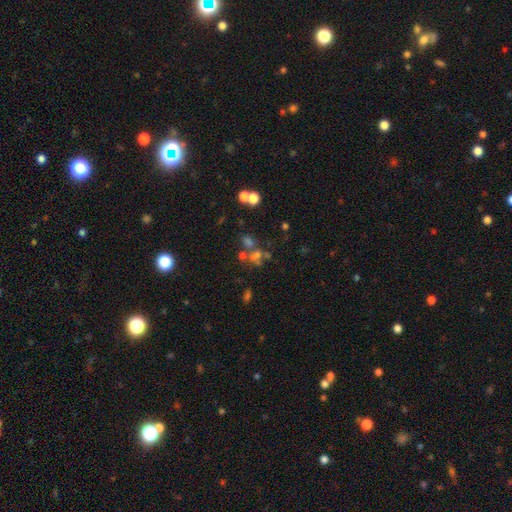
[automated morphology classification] smooth 48%, star or artifact 29%, featured or disk 22%. Down the decision tree: merging — none (40%).